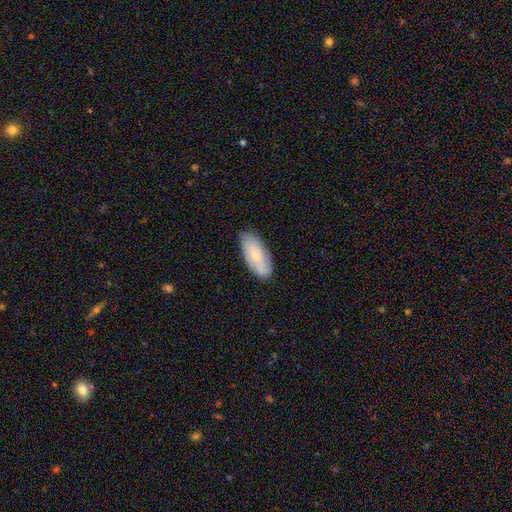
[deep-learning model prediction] Smooth or featured? smooth (62%)
How rounded? in between (85%)
Merging? none (80%)